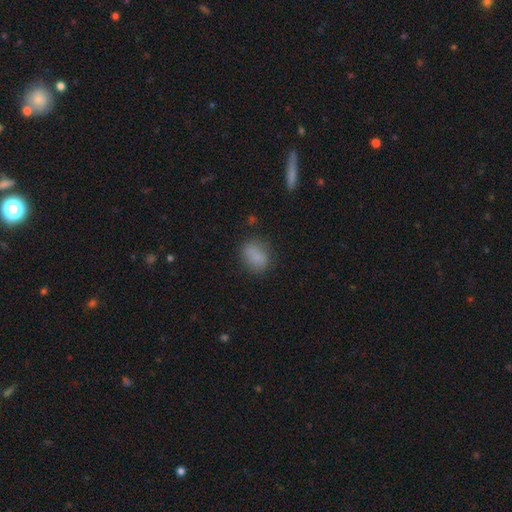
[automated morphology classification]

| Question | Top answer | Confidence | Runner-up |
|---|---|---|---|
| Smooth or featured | smooth | 83% | star or artifact (10%) |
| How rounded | in between | 66% | round (32%) |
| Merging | none | 75% | minor disturbance (17%) |